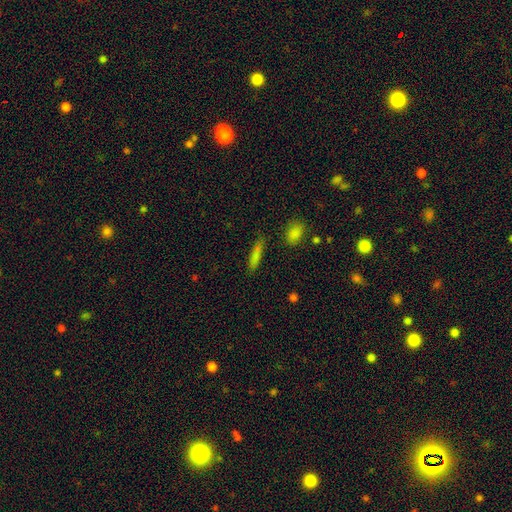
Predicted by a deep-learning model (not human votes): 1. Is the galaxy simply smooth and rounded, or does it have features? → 79% smooth, 11% featured or disk, 10% star or artifact.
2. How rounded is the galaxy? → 79% cigar-shaped, 19% in between, 2% round.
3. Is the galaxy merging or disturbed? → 81% none, 13% minor disturbance, 3% merger, 3% major disturbance.